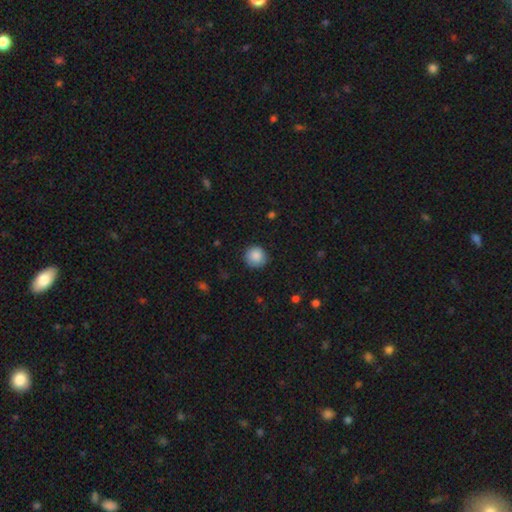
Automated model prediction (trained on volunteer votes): smooth-or-featured: smooth: 87% | star or artifact: 9% | featured or disk: 5%
  how-rounded: round: 94% | in between: 6% | cigar-shaped: 1%
  merging: none: 88% | minor disturbance: 9% | major disturbance: 2% | merger: 1%